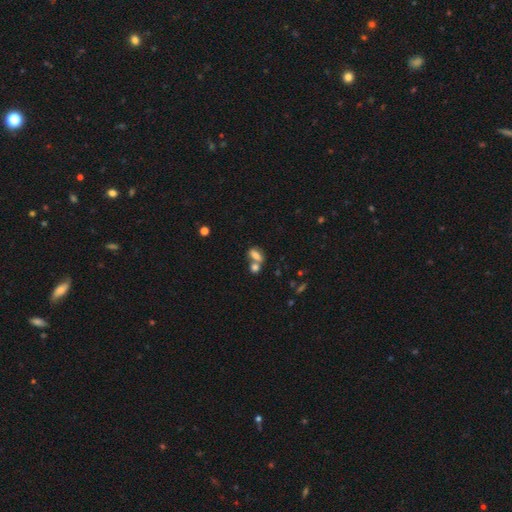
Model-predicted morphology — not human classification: Smooth or featured: smooth — 75% (featured or disk — 14%)
How rounded: in between — 79% (round — 12%)
Merging: merger — 48% (none — 38%)